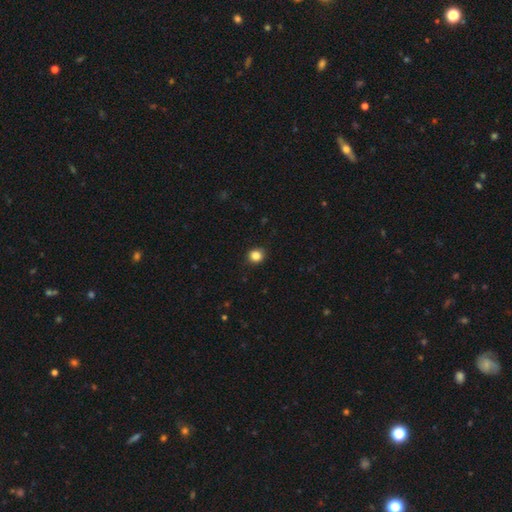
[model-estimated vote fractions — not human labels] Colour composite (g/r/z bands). It shows a smooth galaxy with no disk features (85%) that is round (84%). Merging: none (90%).